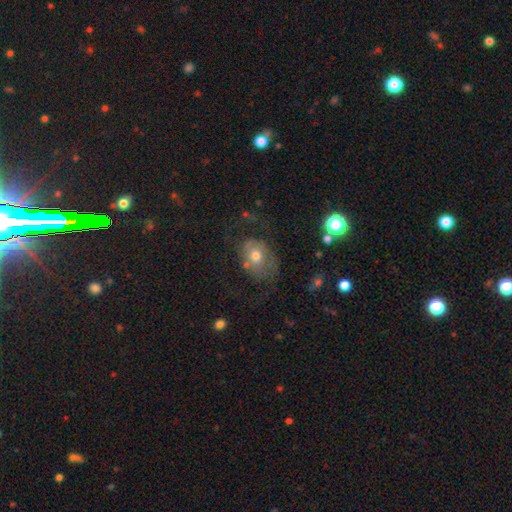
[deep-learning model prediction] Smooth or featured? smooth (51%)
How rounded? in between (68%)
Merging? none (43%)